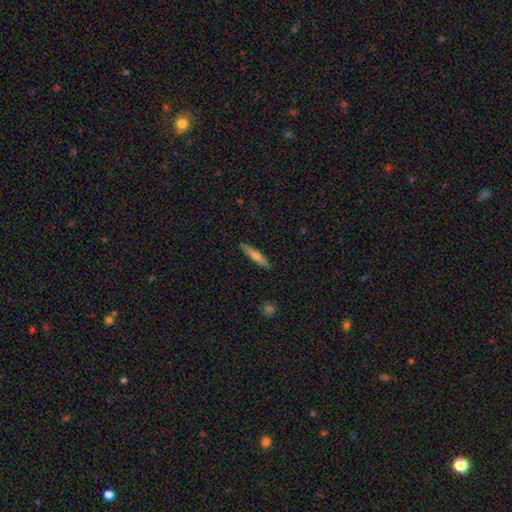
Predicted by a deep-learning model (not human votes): This is possibly a smooth galaxy (52%). How rounded: clearly cigar-shaped (90%). Merging: clearly none (90%).